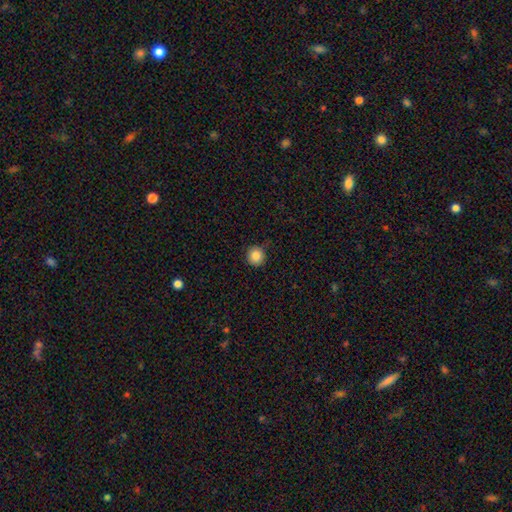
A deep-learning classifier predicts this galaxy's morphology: smooth_or_featured: smooth (p=0.86) [alt: star or artifact p=0.10]
how_rounded: round (p=0.94) [alt: in between p=0.05]
merging: none (p=0.87) [alt: minor disturbance p=0.10]